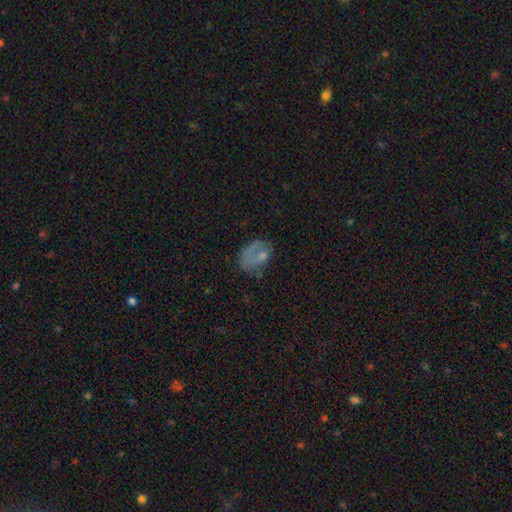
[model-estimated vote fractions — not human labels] Smooth or featured? smooth (54%)
How rounded? in between (78%)
Merging? none (36%)